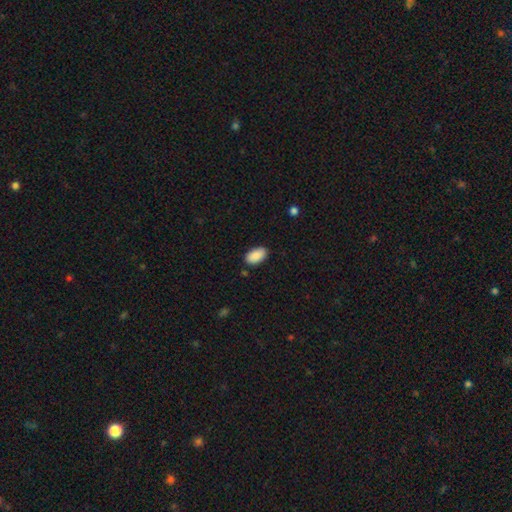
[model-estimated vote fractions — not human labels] Smooth or featured?
  - smooth: 90% *
  - star or artifact: 7%
  - featured or disk: 4%
How rounded?
  - in between: 95% *
  - round: 4%
  - cigar-shaped: 2%
Merging?
  - none: 86% *
  - minor disturbance: 11%
  - major disturbance: 2%
  - merger: 1%